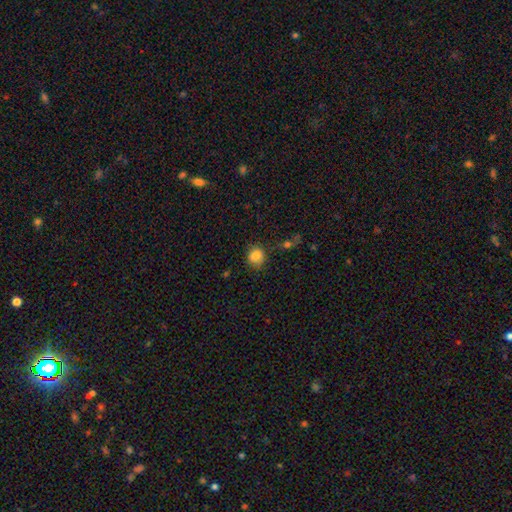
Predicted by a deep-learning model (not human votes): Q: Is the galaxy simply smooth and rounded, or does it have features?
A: smooth — 82%.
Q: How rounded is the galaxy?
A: round — 77%.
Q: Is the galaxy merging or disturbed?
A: none — 75%.